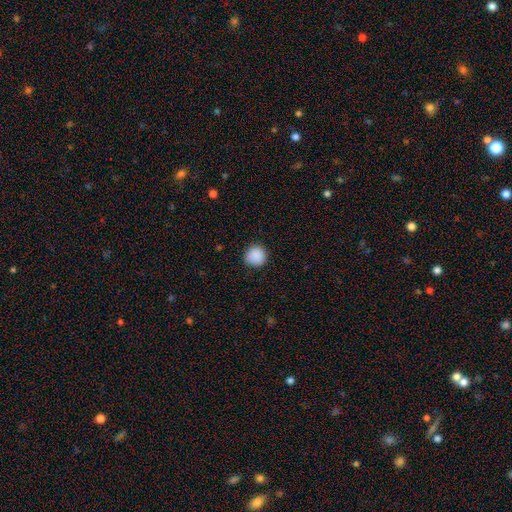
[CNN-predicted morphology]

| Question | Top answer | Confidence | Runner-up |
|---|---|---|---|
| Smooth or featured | smooth | 90% | star or artifact (8%) |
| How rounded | round | 94% | in between (5%) |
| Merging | none | 89% | minor disturbance (8%) |